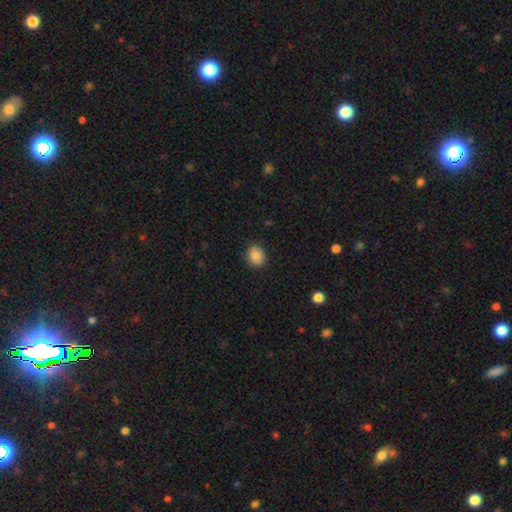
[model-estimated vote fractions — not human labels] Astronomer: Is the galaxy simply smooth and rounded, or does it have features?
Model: smooth — 88%.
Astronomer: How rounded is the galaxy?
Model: round — 51% (runner-up: in between, 48%).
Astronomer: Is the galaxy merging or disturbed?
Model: none — 87%.